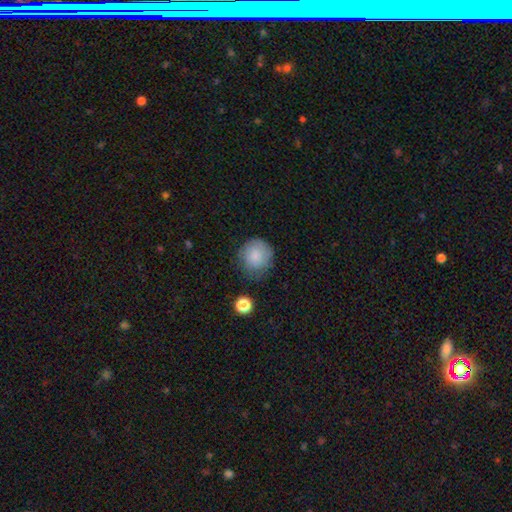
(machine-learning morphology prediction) Smooth or featured? smooth (84%)
How rounded? round (89%)
Merging? none (67%)